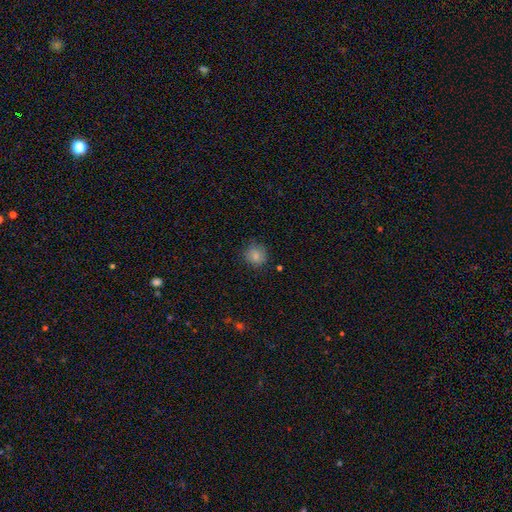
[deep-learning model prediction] This is clearly a smooth galaxy (84%). How rounded: clearly round (83%). Merging: likely none (79%).